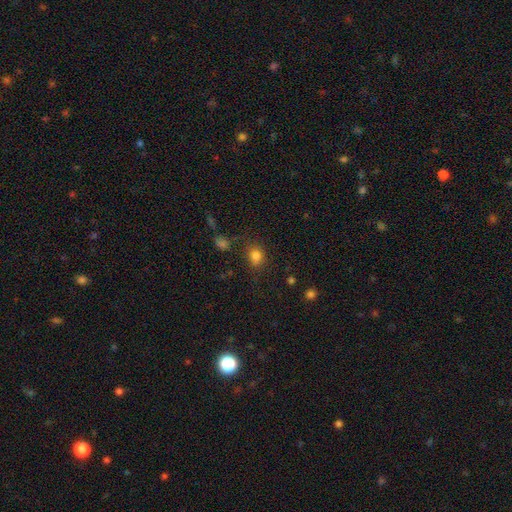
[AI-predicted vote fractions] smooth 80%, star or artifact 13%, featured or disk 6%. Down the decision tree: how rounded — in between (51%); merging — none (74%).